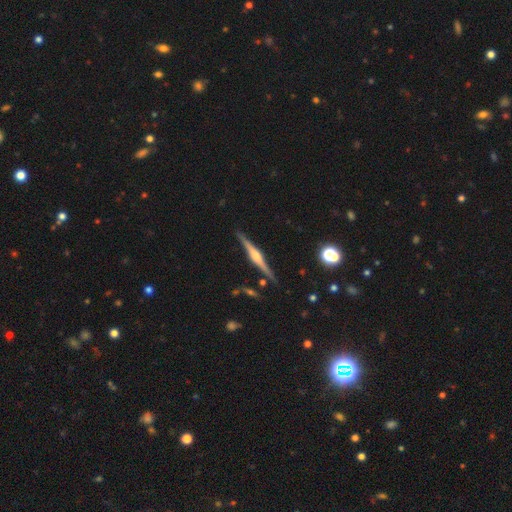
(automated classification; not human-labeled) smooth-or-featured: featured or disk: 83% | smooth: 11% | star or artifact: 6%
  disk-edge-on: yes: 98% | no: 2%
    edge-on-bulge: rounded: 86% | boxy: 10% | none: 4%
  merging: none: 89% | minor disturbance: 8% | merger: 2% | major disturbance: 2%